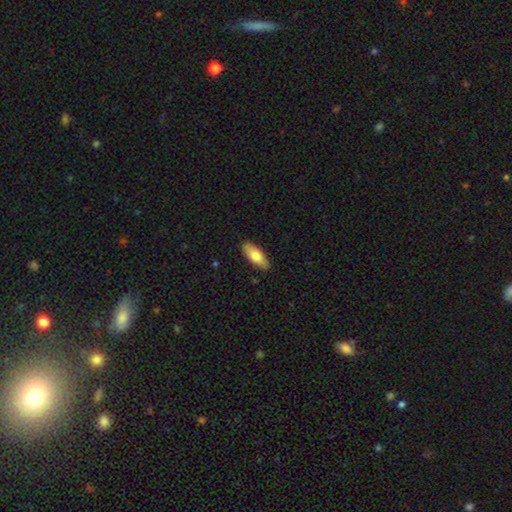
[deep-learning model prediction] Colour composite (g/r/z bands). It shows a smooth galaxy with no disk features (75%) that is in between round and cigar-shaped (78%). Merging: none (88%).